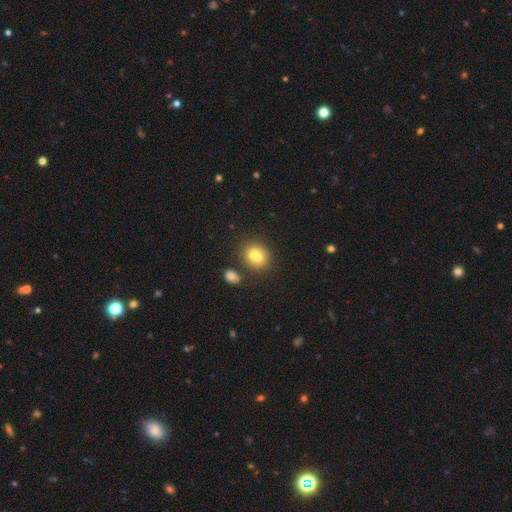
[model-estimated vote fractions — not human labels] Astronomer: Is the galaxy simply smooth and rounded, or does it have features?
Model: smooth — 74%.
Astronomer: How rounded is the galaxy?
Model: round — 51% (runner-up: in between, 48%).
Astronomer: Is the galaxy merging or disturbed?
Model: none — 49% (runner-up: merger, 34%).